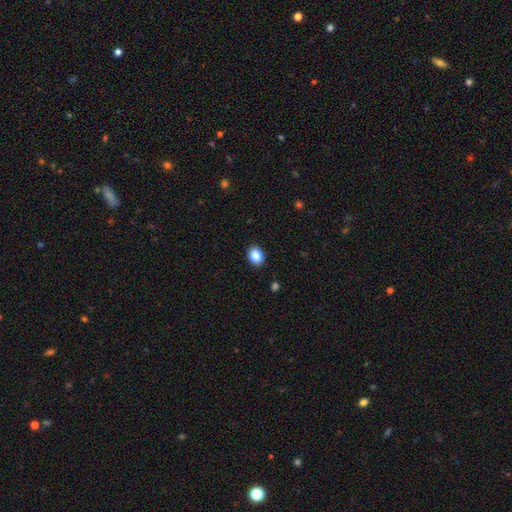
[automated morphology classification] type=smooth (87%); roundness=in between (60%); merging=none (90%).